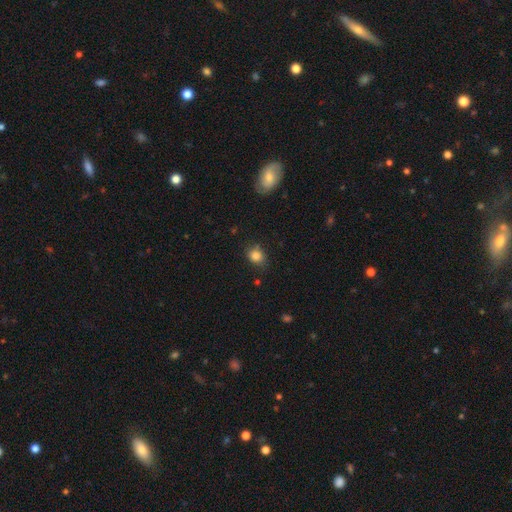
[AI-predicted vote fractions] A smooth galaxy with no disk features (84%) that is round (65%). Merging: none (76%).